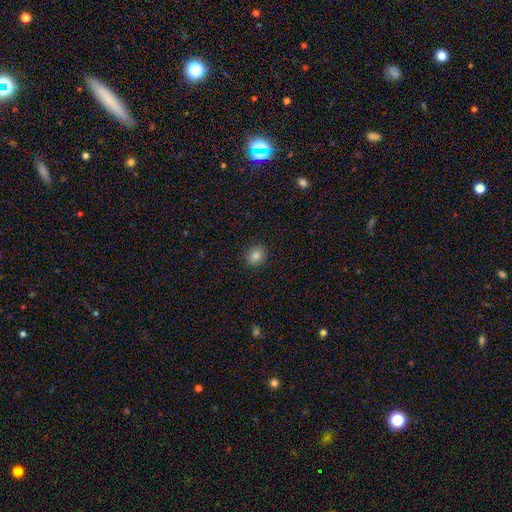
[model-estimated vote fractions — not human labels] This appears to be a smooth galaxy with no disk features (82%) that is round (73%). Merging: none (91%).